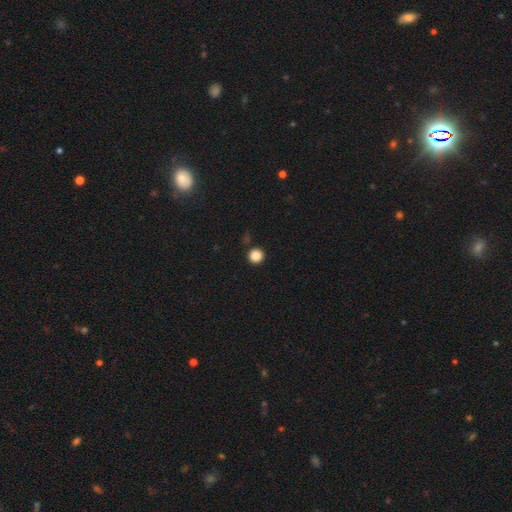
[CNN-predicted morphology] A smooth galaxy with no disk features (87%) that is round (96%).

Vote fractions:
- Smooth or featured? smooth: 87% / star or artifact: 11% / featured or disk: 3%
- How rounded? round: 96% / in between: 3% / cigar-shaped: 1%
- Merging? none: 90% / minor disturbance: 5% / merger: 3% / major disturbance: 2%